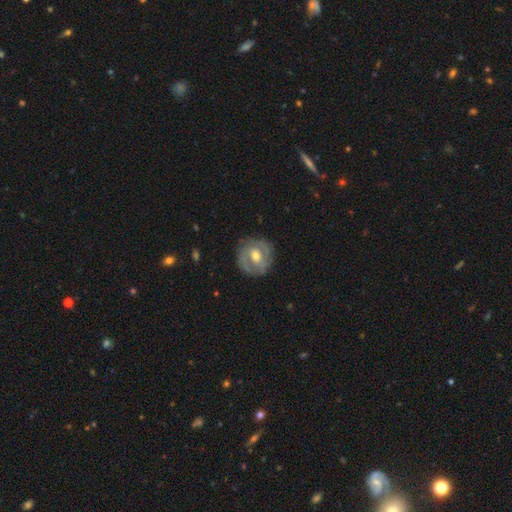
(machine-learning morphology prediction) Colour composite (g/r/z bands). It shows a featured or disk galaxy (71%) with no bar (44%), 2 (65%) tight (52%) spiral arms (78%) and a moderate central bulge (71%). Merging: none (80%).